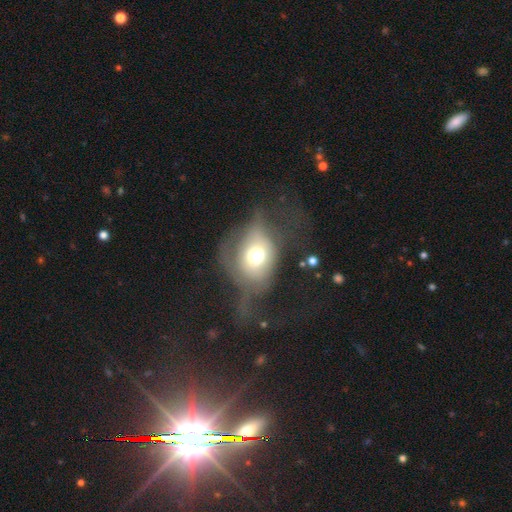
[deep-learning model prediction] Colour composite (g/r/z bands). It shows a smooth galaxy with no disk features (55%) that is round (58%). Merging: major disturbance (50%).